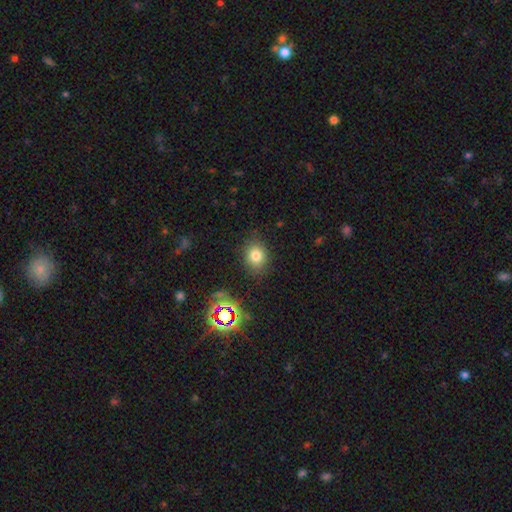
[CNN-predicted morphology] Smooth or featured? Predicted: smooth (p=0.77). How rounded? Predicted: round (p=0.56). Merging? Predicted: none (p=0.84).